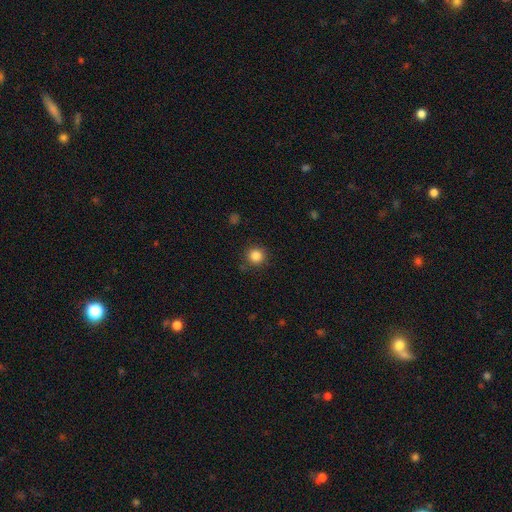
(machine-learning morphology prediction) This appears to be a smooth galaxy with no disk features (85%) that is round (94%). Merging: none (87%).